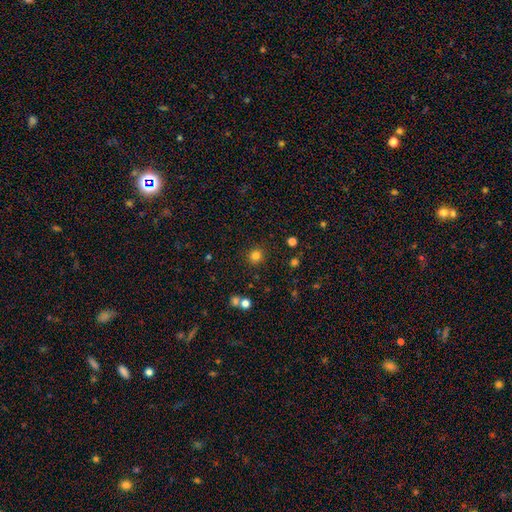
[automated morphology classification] A smooth galaxy with no disk features (81%) that is round (90%).

Vote fractions:
- Smooth or featured? smooth: 81% / star or artifact: 14% / featured or disk: 5%
- How rounded? round: 90% / in between: 9% / cigar-shaped: 1%
- Merging? none: 89% / minor disturbance: 6% / major disturbance: 2% / merger: 2%